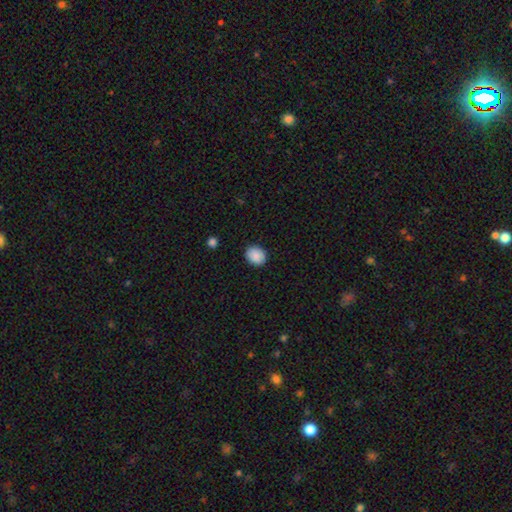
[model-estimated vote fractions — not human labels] smooth-or-featured: smooth: 89% | star or artifact: 8% | featured or disk: 4%
  how-rounded: round: 53% | in between: 47% | cigar-shaped: 1%
  merging: none: 88% | minor disturbance: 9% | major disturbance: 2% | merger: 1%